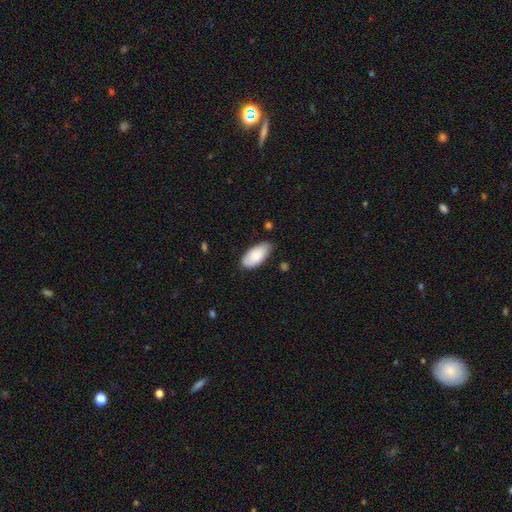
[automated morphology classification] Q: Smooth or featured?
A: smooth (78%); runner-up: featured or disk (16%)
Q: How rounded?
A: in between (94%); runner-up: cigar-shaped (4%)
Q: Merging?
A: none (73%); runner-up: minor disturbance (22%)